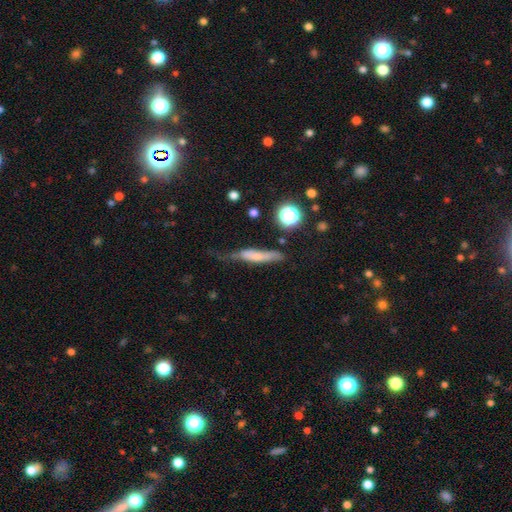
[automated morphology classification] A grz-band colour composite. It shows a smooth galaxy with no disk features (54%) that is cigar-shaped (80%). Merging: none (38%).